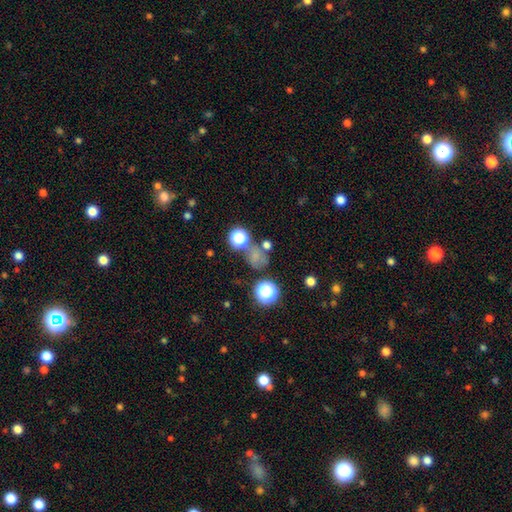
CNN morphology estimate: The model was most divided on "smooth or featured": smooth: 51%, star or artifact: 38%, featured or disk: 12%. More confident: how rounded — round (72%); merging — none (56%).